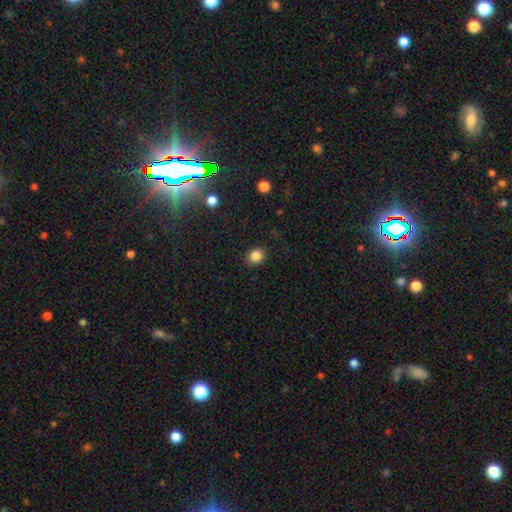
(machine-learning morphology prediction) smooth 85%, star or artifact 11%, featured or disk 4%. Down the decision tree: how rounded — round (64%); merging — none (89%).